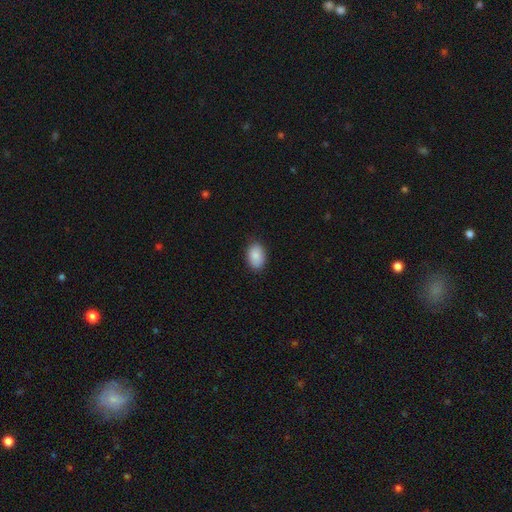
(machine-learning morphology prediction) type=smooth (89%); roundness=in between (89%); merging=none (85%).